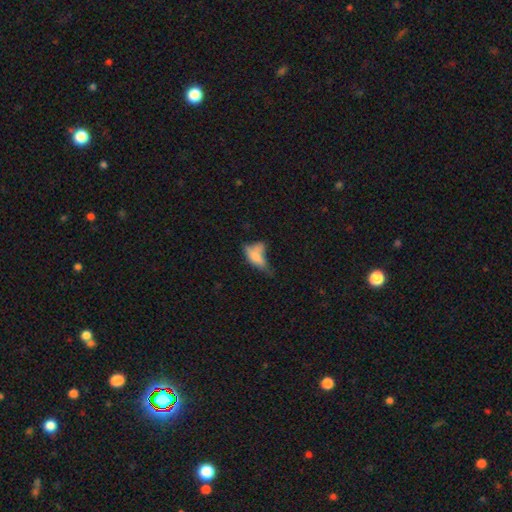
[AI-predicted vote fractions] This appears to be a smooth galaxy with no disk features (62%) that is in between round and cigar-shaped (77%). Merging: major disturbance (30%).